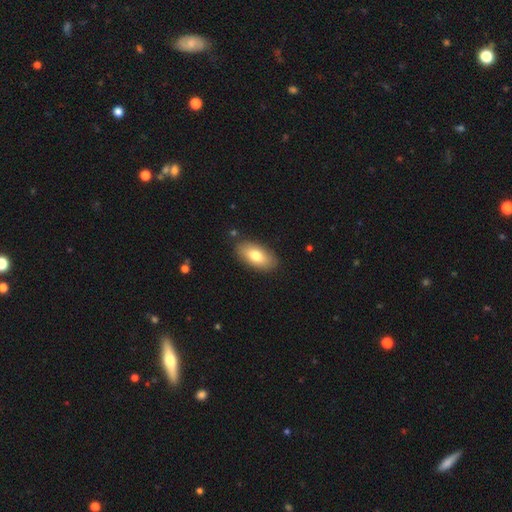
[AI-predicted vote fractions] A smooth galaxy with no disk features (77%) that is in between round and cigar-shaped (92%).

Vote fractions:
- Smooth or featured? smooth: 77% / featured or disk: 17% / star or artifact: 6%
- How rounded? in between: 92% / cigar-shaped: 5% / round: 3%
- Merging? none: 86% / minor disturbance: 10% / major disturbance: 2% / merger: 2%